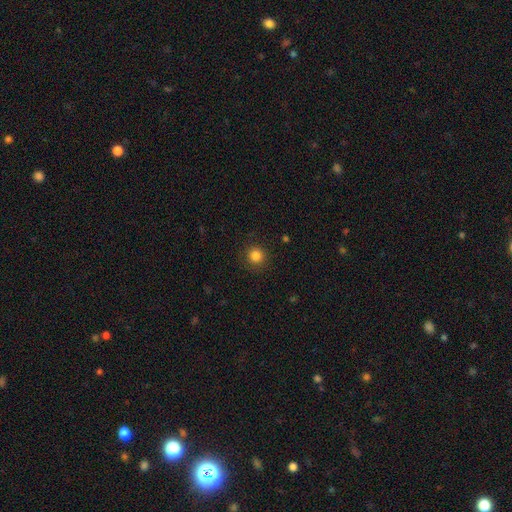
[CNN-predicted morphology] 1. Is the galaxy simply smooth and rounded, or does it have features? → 83% smooth, 12% star or artifact, 4% featured or disk.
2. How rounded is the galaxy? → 94% round, 5% in between, 1% cigar-shaped.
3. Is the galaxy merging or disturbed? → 90% none, 7% minor disturbance, 3% major disturbance, 1% merger.